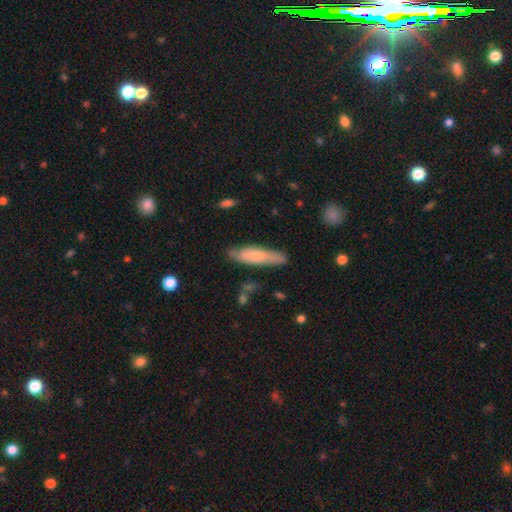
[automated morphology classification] A smooth galaxy with no disk features (61%) that is cigar-shaped (72%).

Vote fractions:
- Smooth or featured? smooth: 61% / featured or disk: 33% / star or artifact: 6%
- How rounded? cigar-shaped: 72% / in between: 27% / round: 2%
- Merging? none: 75% / minor disturbance: 19% / major disturbance: 4% / merger: 2%